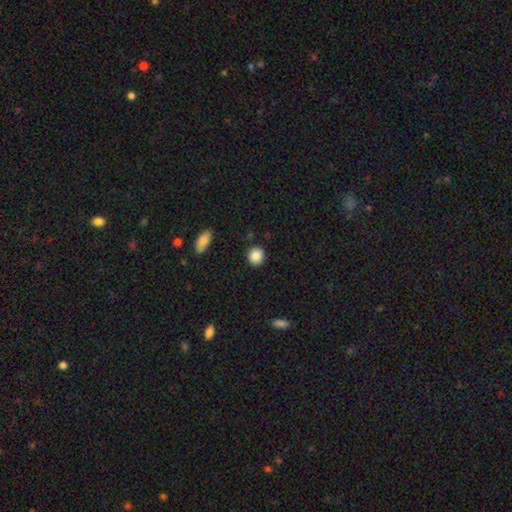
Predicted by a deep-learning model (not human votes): Smooth or featured?
  - smooth: 87% *
  - star or artifact: 8%
  - featured or disk: 5%
How rounded?
  - round: 89% *
  - in between: 10%
  - cigar-shaped: 1%
Merging?
  - none: 89% *
  - minor disturbance: 7%
  - major disturbance: 2%
  - merger: 2%